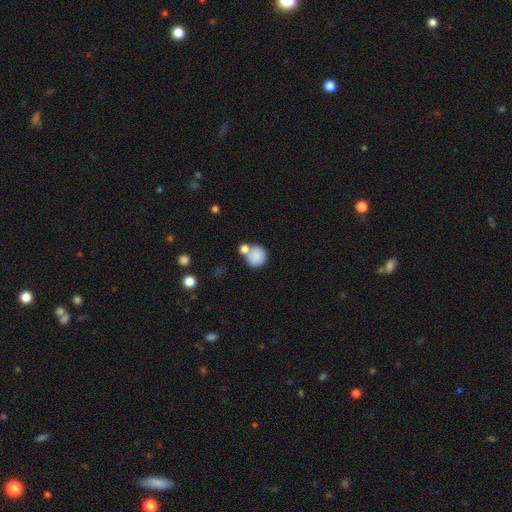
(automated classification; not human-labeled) This is clearly a smooth galaxy (85%). How rounded: clearly round (87%). Merging: possibly none (55%).